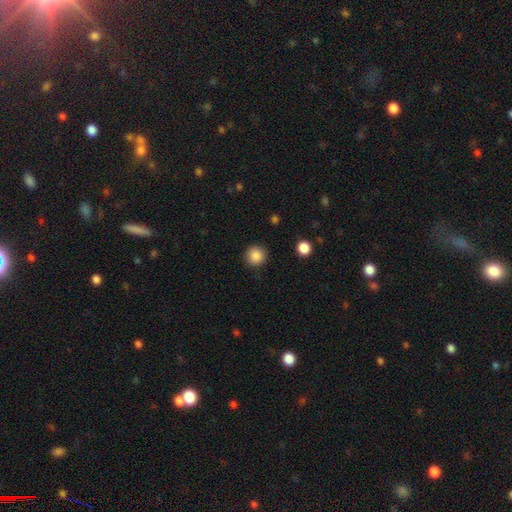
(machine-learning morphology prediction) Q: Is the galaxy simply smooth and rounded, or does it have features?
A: smooth — 87%.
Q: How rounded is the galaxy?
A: round — 94%.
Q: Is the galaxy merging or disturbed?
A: none — 90%.